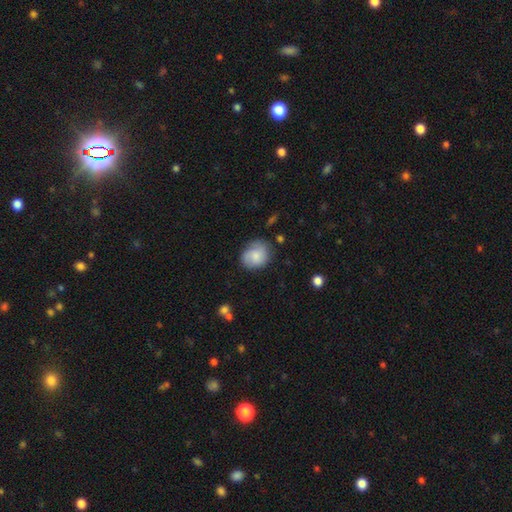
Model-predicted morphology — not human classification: This is likely a smooth galaxy (68%). How rounded: likely round (61%). Merging: likely none (68%).